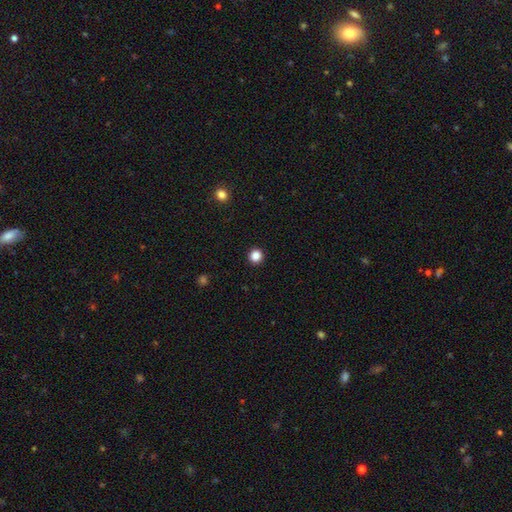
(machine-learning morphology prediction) Overall: smooth (86%). How rounded: round (95%). Merging: none (94%).